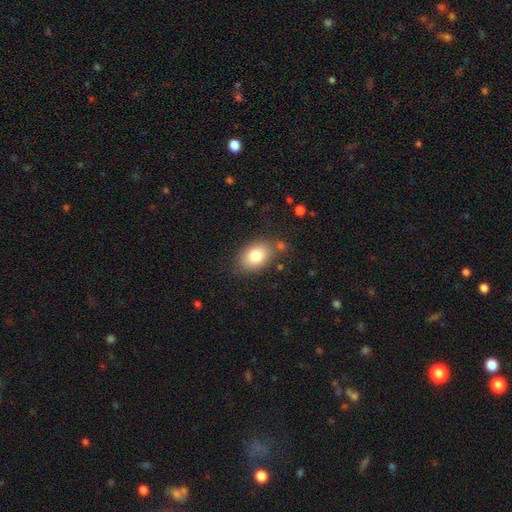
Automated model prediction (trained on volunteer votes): Q: Smooth or featured?
A: smooth (80%); runner-up: featured or disk (11%)
Q: How rounded?
A: in between (80%); runner-up: round (19%)
Q: Merging?
A: none (75%); runner-up: minor disturbance (15%)